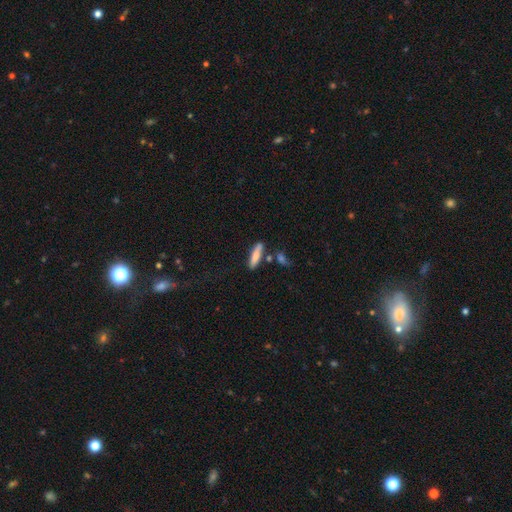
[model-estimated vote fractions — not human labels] This appears to be a smooth galaxy with no disk features (72%) that is cigar-shaped (76%). Merging: none (77%).